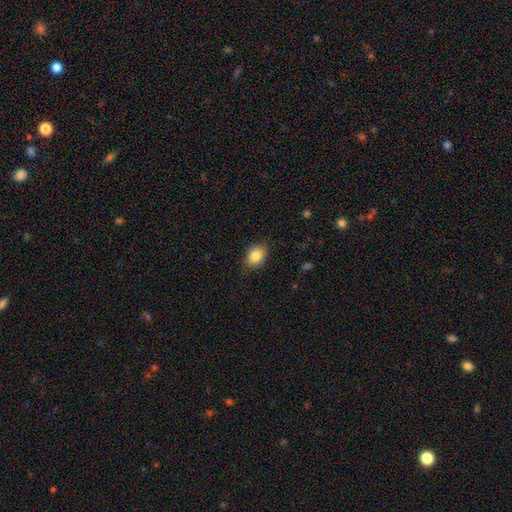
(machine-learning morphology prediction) The model was most divided on "how rounded": in between: 69%, round: 30%, cigar-shaped: 1%. More confident: smooth or featured — smooth (84%); merging — none (82%).